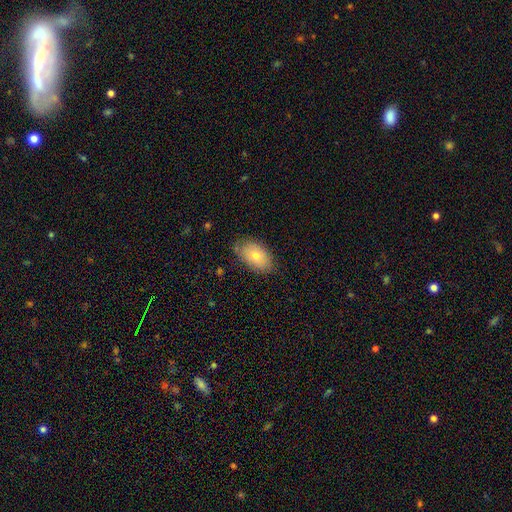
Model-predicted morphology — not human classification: type=smooth (73%); roundness=in between (91%); merging=none (76%).